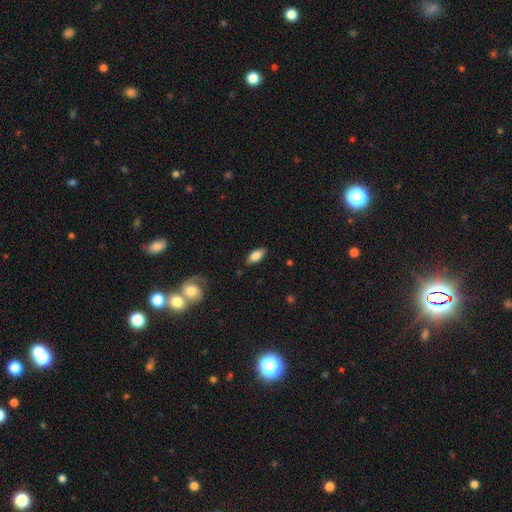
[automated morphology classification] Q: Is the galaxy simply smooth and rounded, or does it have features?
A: smooth — 77%.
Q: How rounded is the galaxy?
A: in between — 86%.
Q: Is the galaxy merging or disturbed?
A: none — 84%.